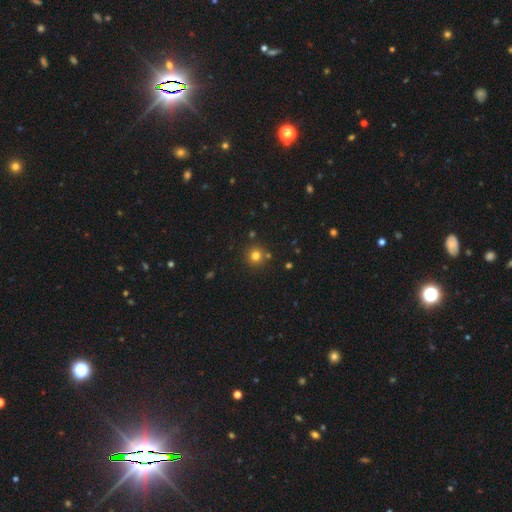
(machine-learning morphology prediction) Q: Smooth or featured?
A: smooth (77%); runner-up: star or artifact (16%)
Q: How rounded?
A: round (94%); runner-up: in between (5%)
Q: Merging?
A: none (83%); runner-up: merger (8%)